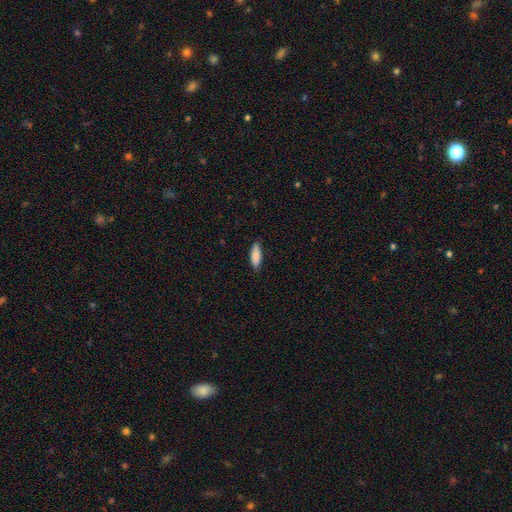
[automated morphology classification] type=smooth (83%); roundness=in between (58%); merging=none (84%).